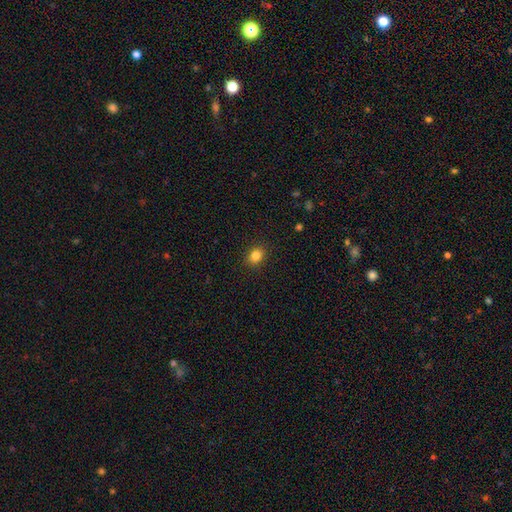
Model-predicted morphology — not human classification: A smooth galaxy with no disk features (84%) that is in between round and cigar-shaped (50%). Merging: none (89%).